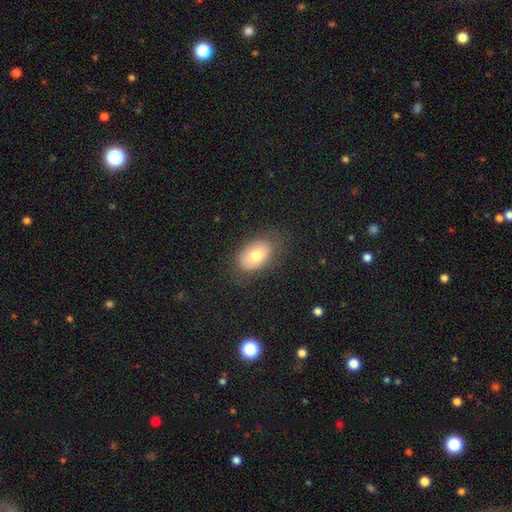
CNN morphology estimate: This appears to be a smooth galaxy with no disk features (75%) that is in between round and cigar-shaped (88%). Merging: none (77%).